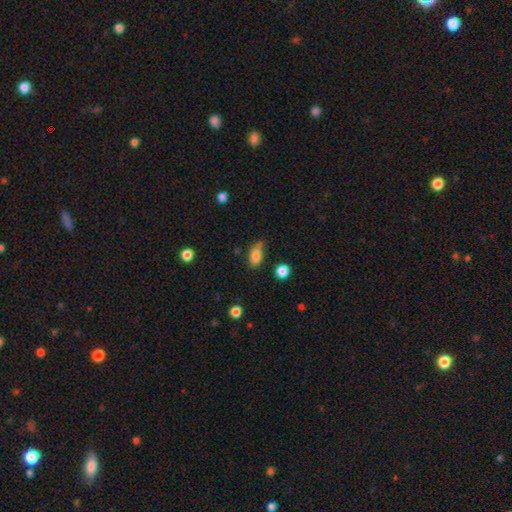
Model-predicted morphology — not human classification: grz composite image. It shows a smooth galaxy with no disk features (82%) that is in between round and cigar-shaped (85%). Merging: none (57%).